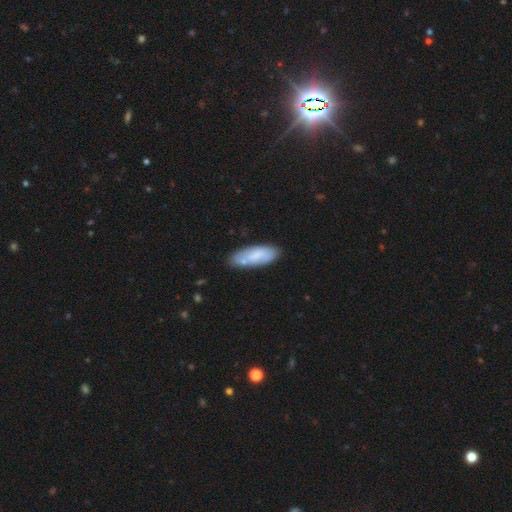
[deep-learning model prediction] Q: Smooth or featured?
A: smooth (68%); runner-up: featured or disk (25%)
Q: How rounded?
A: in between (71%); runner-up: cigar-shaped (27%)
Q: Merging?
A: none (73%); runner-up: minor disturbance (17%)